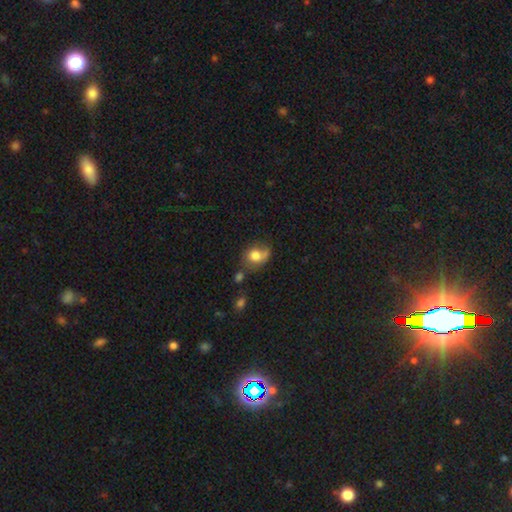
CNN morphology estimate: Smooth or featured?
  - smooth: 70% *
  - featured or disk: 21%
  - star or artifact: 9%
How rounded?
  - round: 55% *
  - in between: 44%
  - cigar-shaped: 1%
Merging?
  - none: 41% *
  - minor disturbance: 28%
  - major disturbance: 17%
  - merger: 14%